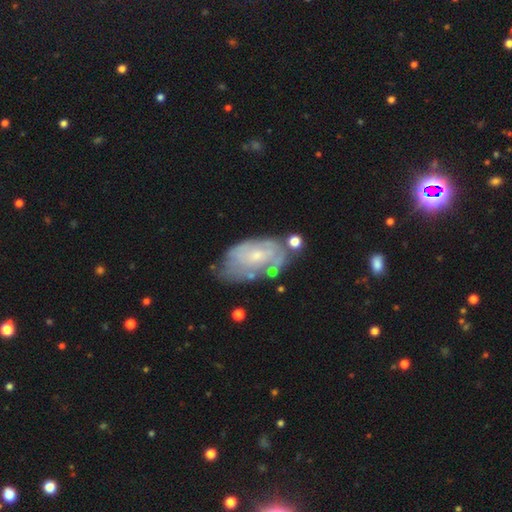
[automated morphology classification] Smooth or featured?
  - featured or disk: 61% *
  - smooth: 31%
  - star or artifact: 7%
Edge-on disk?
  - no: 93% *
  - yes: 7%
Bar?
  - no: 75% *
  - weak: 22%
  - strong: 4%
Spiral arms?
  - yes: 56% *
  - no: 44%
Bulge size?
  - small: 66% *
  - moderate: 26%
  - none: 5%
  - large: 2%
  - dominant: 1%
Merging?
  - none: 53% *
  - minor disturbance: 27%
  - major disturbance: 12%
  - merger: 9%